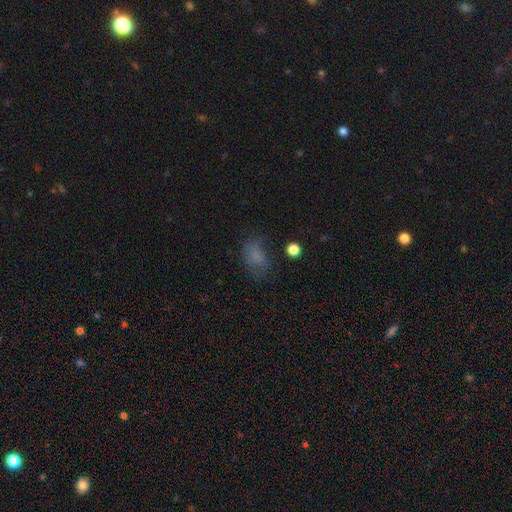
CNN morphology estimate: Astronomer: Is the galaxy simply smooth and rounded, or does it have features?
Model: smooth — 71%.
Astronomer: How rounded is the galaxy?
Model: in between — 85%.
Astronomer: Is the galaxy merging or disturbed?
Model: none — 57%.